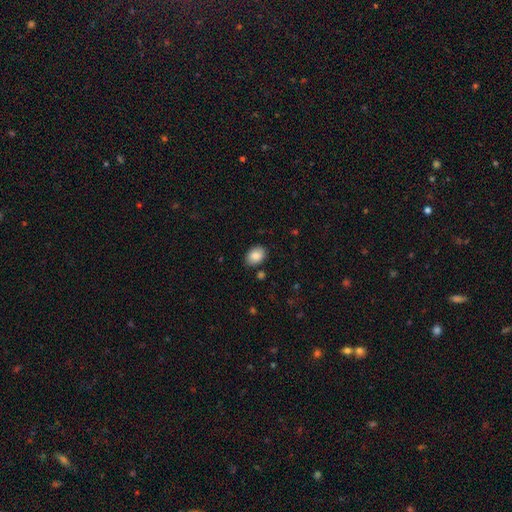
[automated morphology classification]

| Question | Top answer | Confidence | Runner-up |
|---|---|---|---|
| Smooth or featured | smooth | 87% | star or artifact (7%) |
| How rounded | in between | 78% | round (22%) |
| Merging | none | 84% | minor disturbance (11%) |